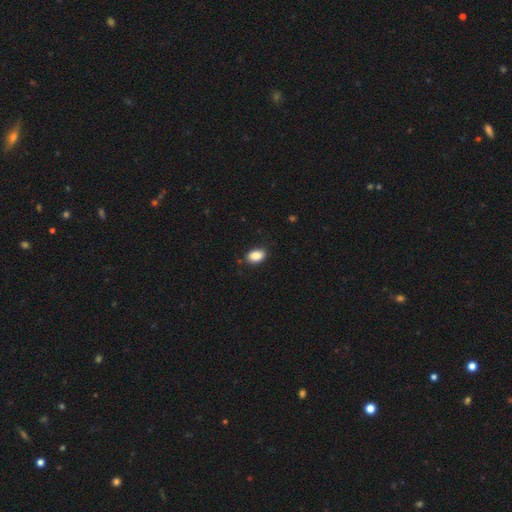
Overall: smooth (85%). How rounded: in between (88%). Merging: none (92%).